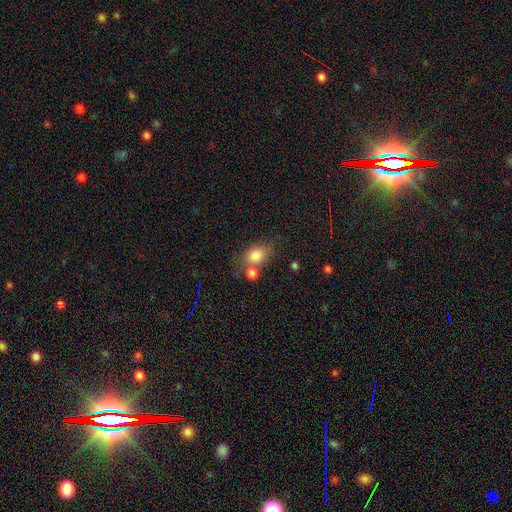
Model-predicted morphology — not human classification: Smooth or featured: smooth — 81% (star or artifact — 10%)
How rounded: in between — 67% (round — 31%)
Merging: none — 46% (merger — 28%)